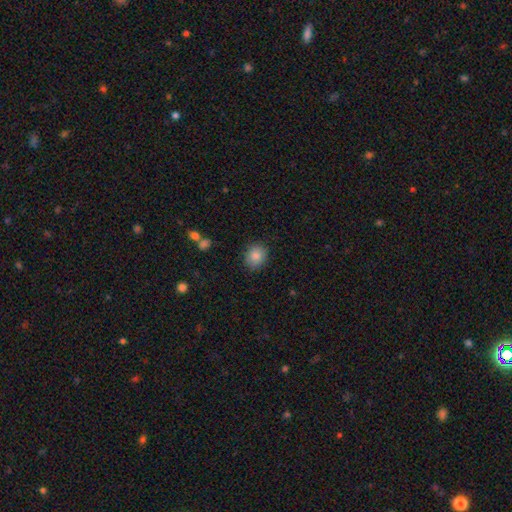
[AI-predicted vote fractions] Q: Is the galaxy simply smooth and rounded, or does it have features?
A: smooth — 85%.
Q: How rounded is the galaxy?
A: round — 72%.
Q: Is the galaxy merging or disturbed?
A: none — 87%.